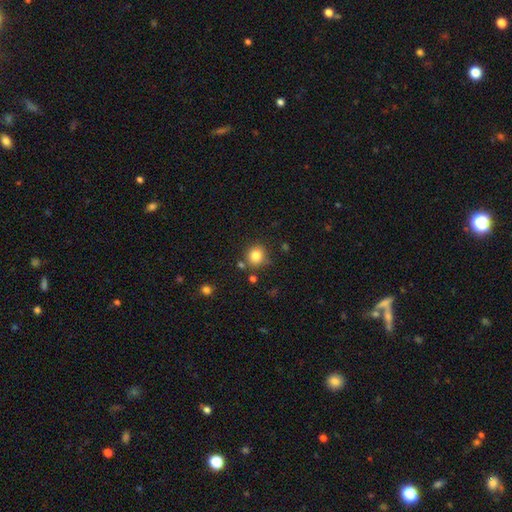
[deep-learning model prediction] Smooth or featured: smooth — 82% (star or artifact — 11%)
How rounded: round — 86% (in between — 13%)
Merging: none — 77% (minor disturbance — 12%)